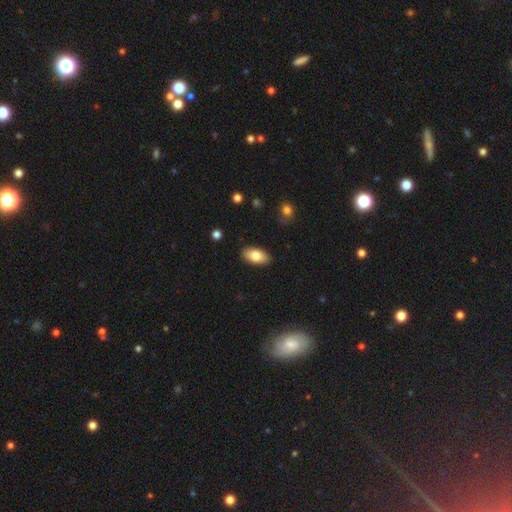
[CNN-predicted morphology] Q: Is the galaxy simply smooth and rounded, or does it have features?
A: smooth — 79%.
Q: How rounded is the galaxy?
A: in between — 92%.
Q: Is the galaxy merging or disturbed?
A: none — 88%.